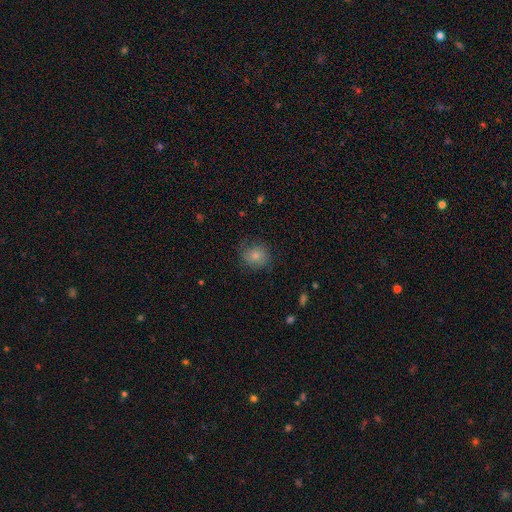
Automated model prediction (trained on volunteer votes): Overall: smooth (75%). How rounded: round (78%). Merging: none (71%).